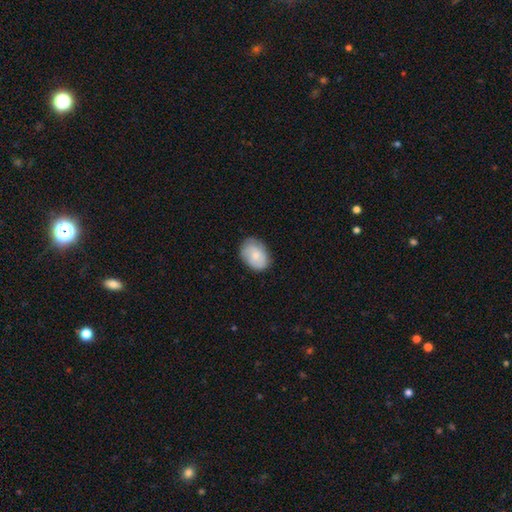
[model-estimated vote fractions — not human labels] Q: Smooth or featured?
A: smooth (71%); runner-up: featured or disk (23%)
Q: How rounded?
A: in between (76%); runner-up: round (23%)
Q: Merging?
A: none (77%); runner-up: minor disturbance (18%)